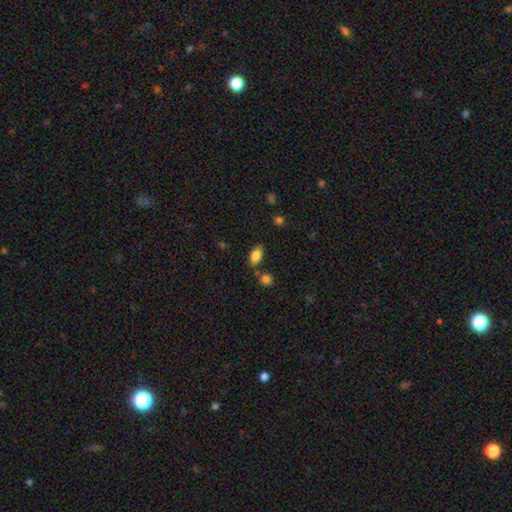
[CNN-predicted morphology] This appears to be a smooth galaxy with no disk features (82%) that is in between round and cigar-shaped (89%). Merging: none (76%).